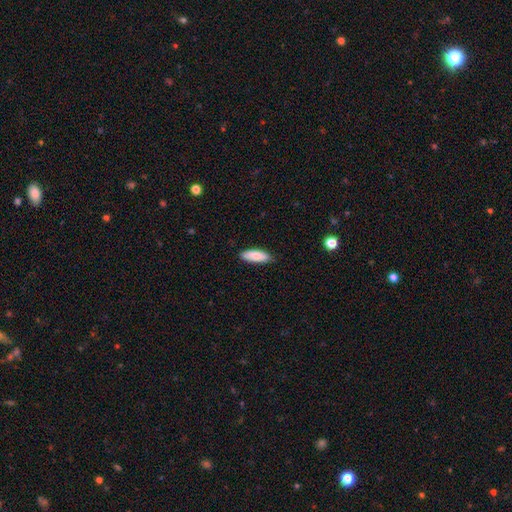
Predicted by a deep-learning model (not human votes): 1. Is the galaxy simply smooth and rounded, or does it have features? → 81% smooth, 13% featured or disk, 6% star or artifact.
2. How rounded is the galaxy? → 65% in between, 33% cigar-shaped, 2% round.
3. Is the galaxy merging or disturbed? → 87% none, 10% minor disturbance, 2% major disturbance, 1% merger.